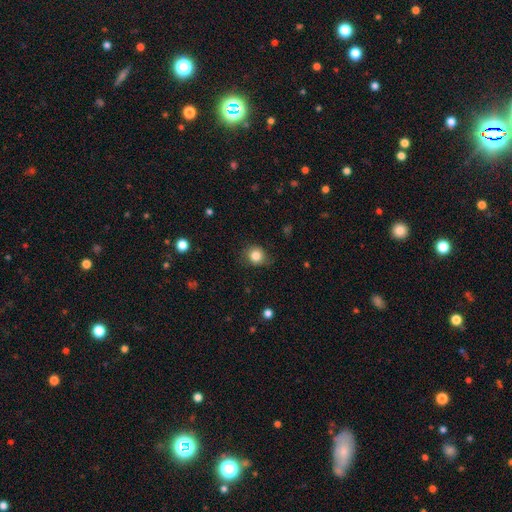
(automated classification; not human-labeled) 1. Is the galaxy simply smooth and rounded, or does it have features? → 83% smooth, 10% star or artifact, 7% featured or disk.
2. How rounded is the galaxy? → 81% round, 18% in between, 1% cigar-shaped.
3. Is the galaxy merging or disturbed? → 76% none, 18% minor disturbance, 5% major disturbance, 1% merger.